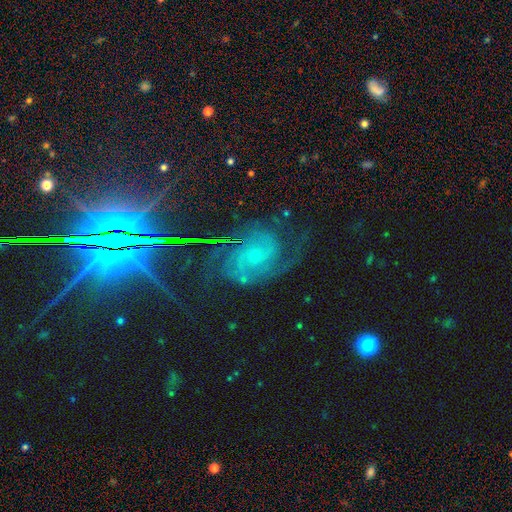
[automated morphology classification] This appears to be a featured or disk galaxy (69%) with no bar (68%), 2 (41%) tight (51%) spiral arms (95%) and a small central bulge (73%). Merging: none (66%).